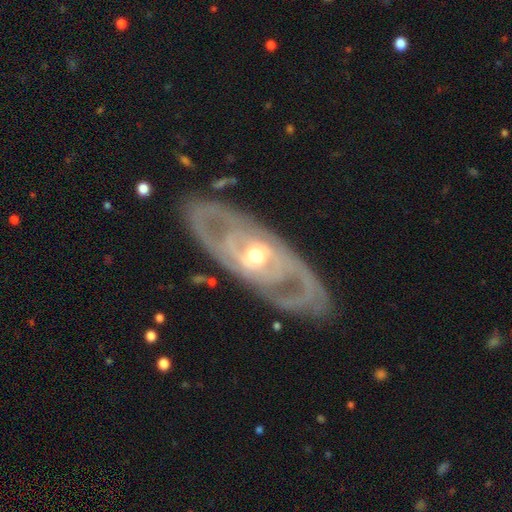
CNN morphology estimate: Q: Smooth or featured?
A: featured or disk (86%); runner-up: smooth (10%)
Q: Edge-on disk?
A: no (88%); runner-up: yes (12%)
Q: Bar?
A: no (45%); runner-up: weak (33%)
Q: Spiral arms?
A: yes (71%); runner-up: no (29%)
Q: Spiral winding?
A: tight (58%); runner-up: medium (30%)
Q: Spiral arm count?
A: 2 (50%); runner-up: can't tell (32%)
Q: Bulge size?
A: moderate (61%); runner-up: small (33%)
Q: Merging?
A: none (78%); runner-up: minor disturbance (13%)